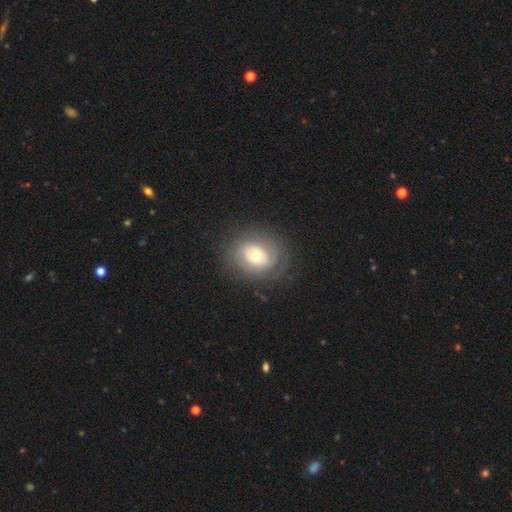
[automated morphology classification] featured or disk 56%, smooth 35%, star or artifact 9%. Down the decision tree: edge-on disk — no (96%); bar — no (65%); spiral arms — yes (65%); bulge size — moderate (56%); merging — none (80%).